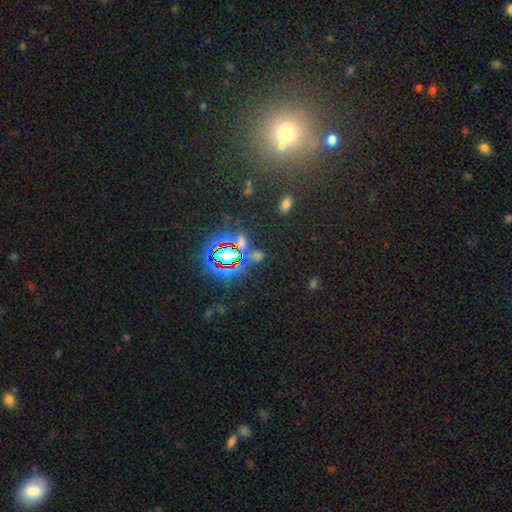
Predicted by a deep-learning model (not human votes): Overall: star or artifact (59%; smooth 32%).